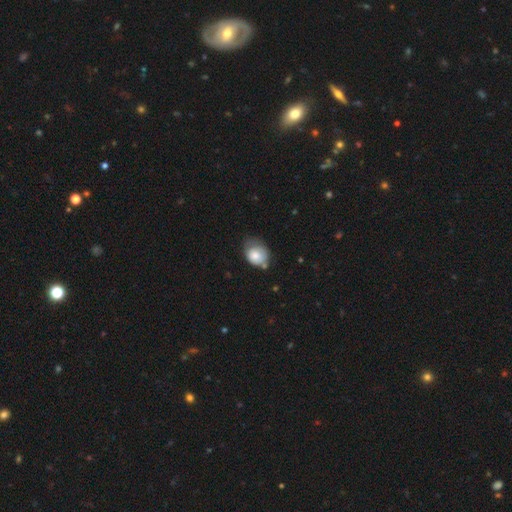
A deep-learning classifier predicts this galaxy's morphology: smooth 77%, featured or disk 16%, star or artifact 7%. Down the decision tree: how rounded — round (56%); merging — minor disturbance (39%, tied with none).